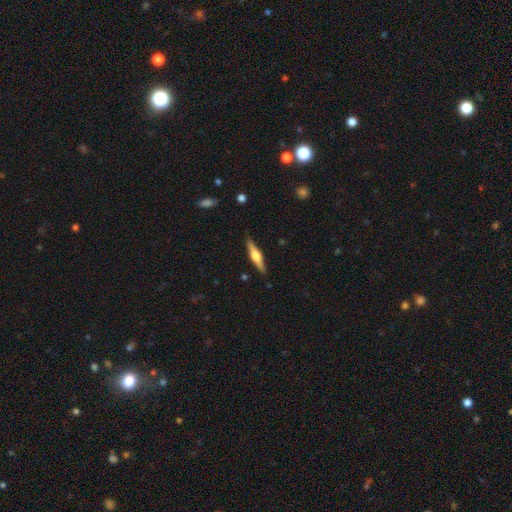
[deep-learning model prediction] This appears to be a featured or disk galaxy (63%) viewed edge-on (97%) with a rounded central bulge (89%). Merging: none (89%).